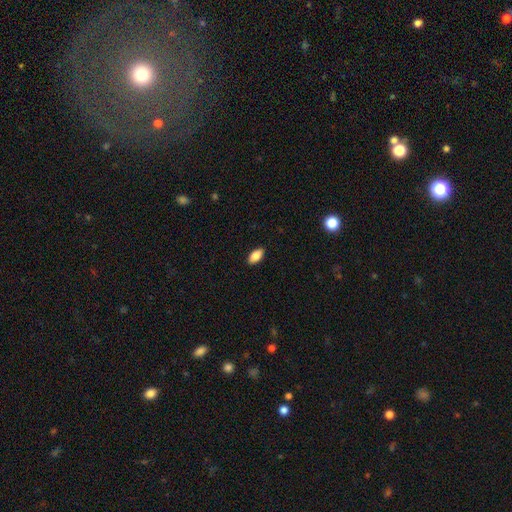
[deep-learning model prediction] smooth_or_featured: smooth (p=0.85) [alt: featured or disk p=0.08]
how_rounded: in between (p=0.91) [alt: cigar-shaped p=0.06]
merging: none (p=0.90) [alt: minor disturbance p=0.08]